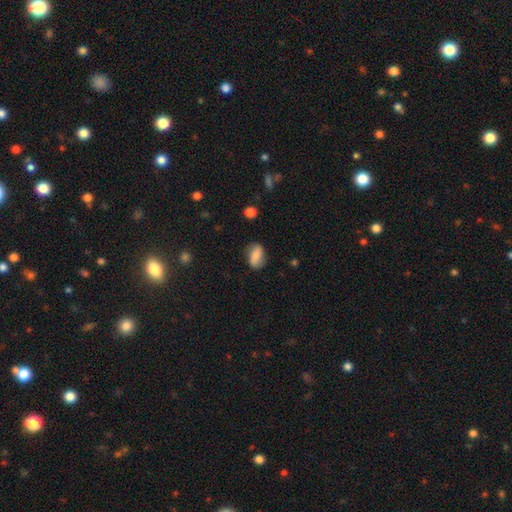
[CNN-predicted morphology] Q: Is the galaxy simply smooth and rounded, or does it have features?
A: smooth — 76%.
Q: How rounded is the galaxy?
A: in between — 86%.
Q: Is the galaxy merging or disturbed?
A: none — 77%.